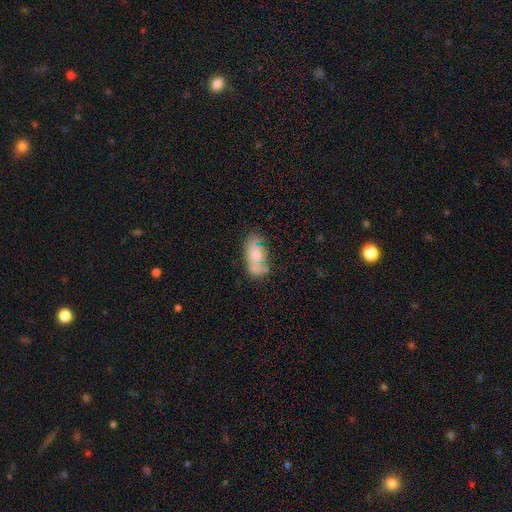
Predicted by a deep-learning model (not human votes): Morphology: type=smooth (59%); roundness=in between (85%); merging=none (44%).